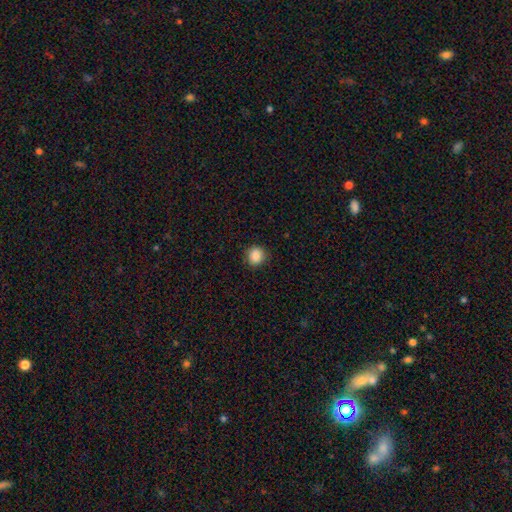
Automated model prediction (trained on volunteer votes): smooth 87%, star or artifact 10%, featured or disk 3%. Down the decision tree: how rounded — round (87%); merging — none (88%).